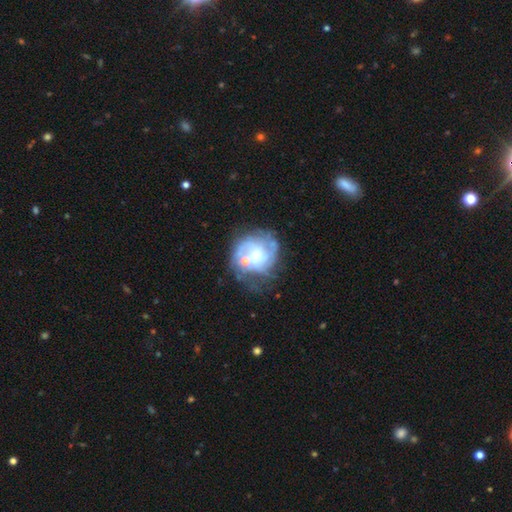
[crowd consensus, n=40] Smooth or featured? featured or disk (82%)
Edge-on disk? no (100%)
Bar? no (61%)
Spiral arms? yes (70%)
Spiral winding? medium (39%)
Spiral arm count? 3 (35%, tied with can't tell)
Bulge size? small (58%)
Merging? none (41%)